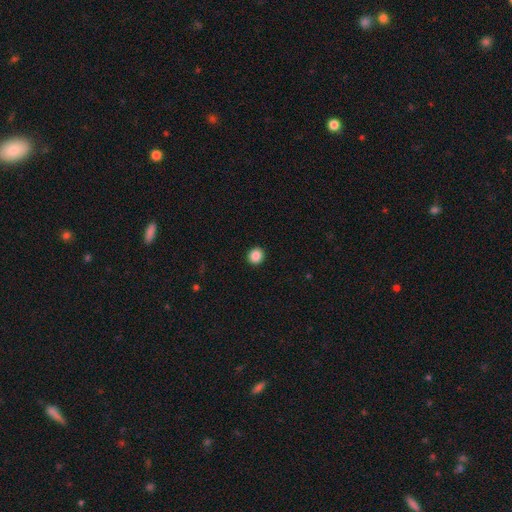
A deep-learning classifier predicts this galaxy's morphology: A smooth galaxy with no disk features (88%) that is round (88%). Merging: none (93%).